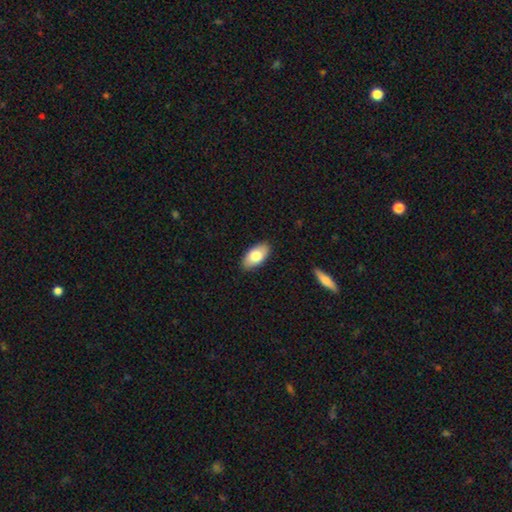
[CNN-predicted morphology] A smooth galaxy with no disk features (78%) that is in between round and cigar-shaped (94%). Merging: none (88%).